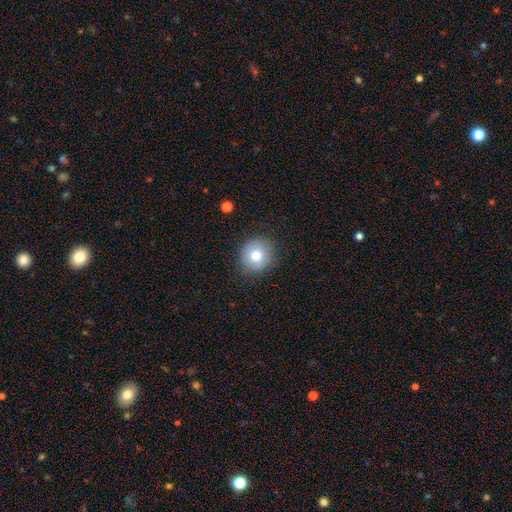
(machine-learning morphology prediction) This appears to be a smooth galaxy with no disk features (77%) that is round (87%). Merging: none (85%).